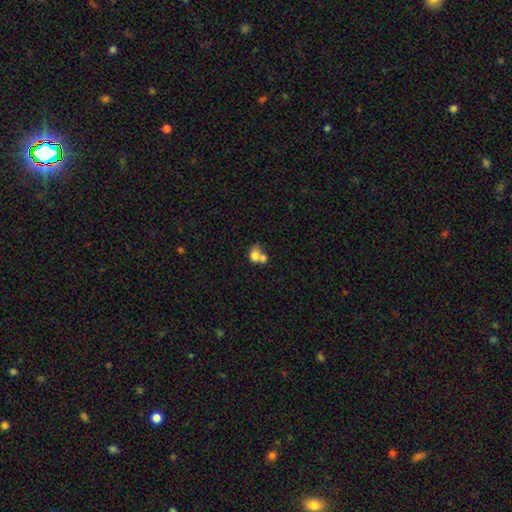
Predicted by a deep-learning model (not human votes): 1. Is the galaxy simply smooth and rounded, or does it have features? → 75% smooth, 15% featured or disk, 9% star or artifact.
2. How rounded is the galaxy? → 51% in between, 47% round, 1% cigar-shaped.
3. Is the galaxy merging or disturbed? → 63% merger, 24% none, 9% minor disturbance, 5% major disturbance.